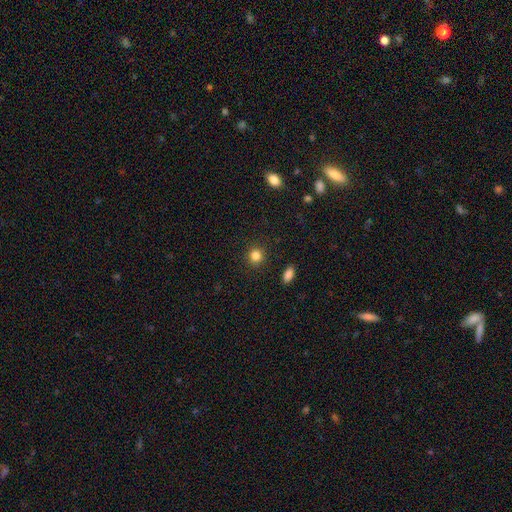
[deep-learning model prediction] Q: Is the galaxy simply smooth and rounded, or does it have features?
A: smooth — 84%.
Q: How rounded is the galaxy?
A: round — 89%.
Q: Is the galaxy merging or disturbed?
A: none — 90%.